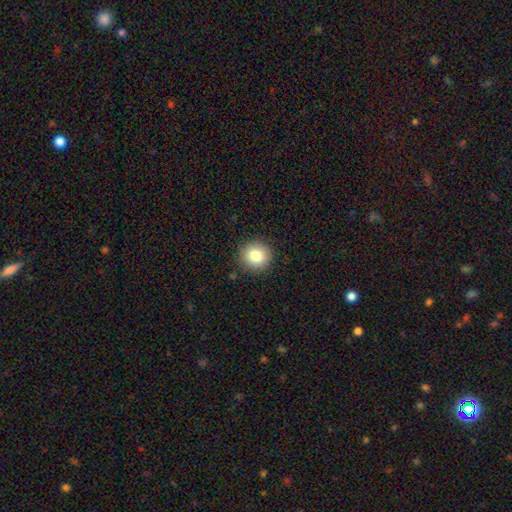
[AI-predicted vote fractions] Q: Smooth or featured?
A: smooth (81%); runner-up: star or artifact (10%)
Q: How rounded?
A: round (93%); runner-up: in between (6%)
Q: Merging?
A: none (90%); runner-up: minor disturbance (7%)